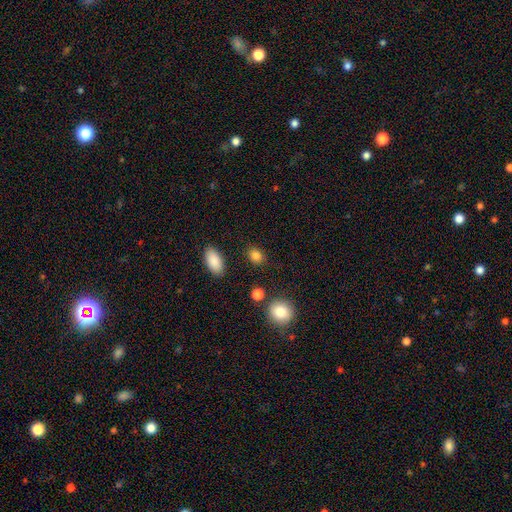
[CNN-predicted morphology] The model was most divided on "how rounded": in between: 52%, round: 46%, cigar-shaped: 2%. More confident: smooth or featured — smooth (85%); merging — none (85%).